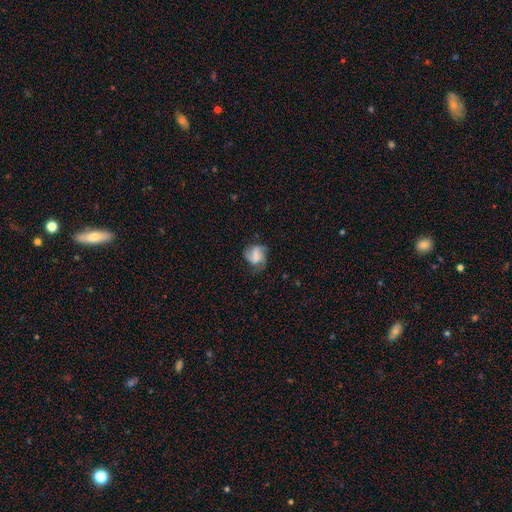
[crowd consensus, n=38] smooth_or_featured: featured or disk (p=0.61) [alt: smooth p=0.32]
disk_edge_on: no (p=0.87) [alt: yes p=0.13]
bar: strong (p=0.45) [alt: weak p=0.40]
has_spiral_arms: yes (p=0.90) [alt: no p=0.10]
spiral_winding: medium (p=0.44) [alt: loose p=0.33]
spiral_arm_count: 3 (p=0.61) [alt: 2 p=0.22]
bulge_size: moderate (p=0.30) [tied with: small p=0.30]
merging: none (p=0.40) [tied with: minor disturbance p=0.40]